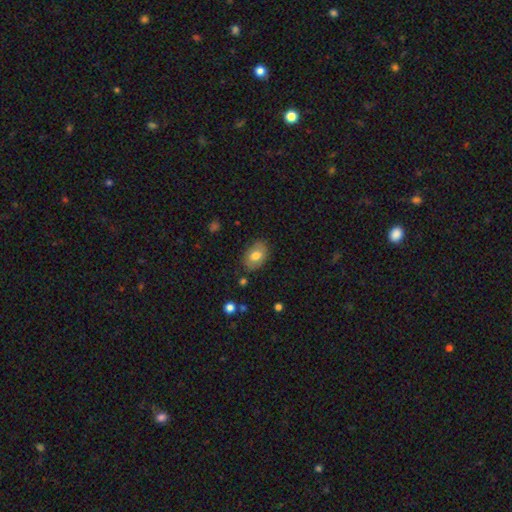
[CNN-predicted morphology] This appears to be a smooth galaxy with no disk features (72%) that is in between round and cigar-shaped (85%). Merging: none (80%).